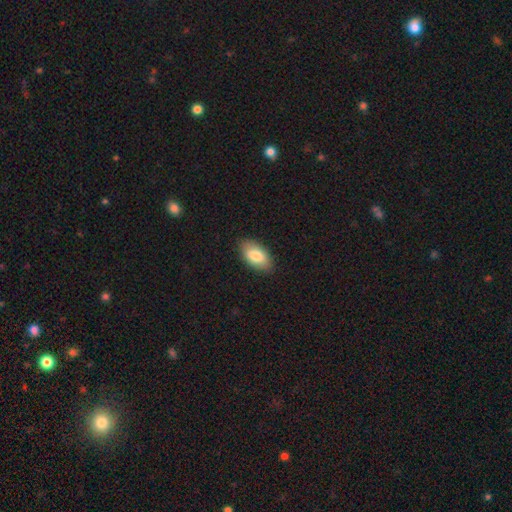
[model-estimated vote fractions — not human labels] The model was most divided on "smooth or featured": smooth: 83%, featured or disk: 11%, star or artifact: 6%. More confident: how rounded — in between (94%); merging — none (86%).